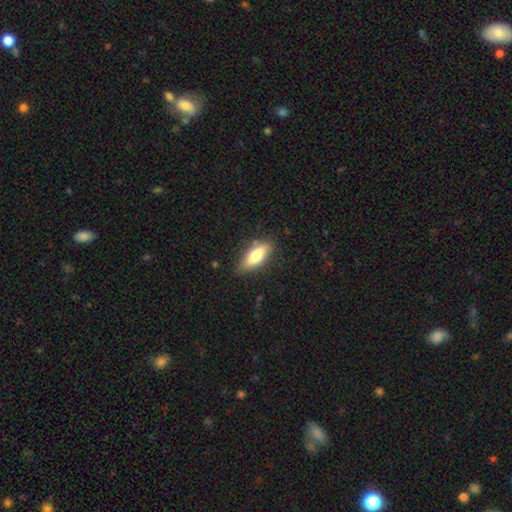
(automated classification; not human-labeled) smooth-or-featured: smooth: 69% | featured or disk: 24% | star or artifact: 7%
  how-rounded: in between: 68% | cigar-shaped: 30% | round: 2%
  merging: none: 80% | minor disturbance: 15% | major disturbance: 3% | merger: 2%